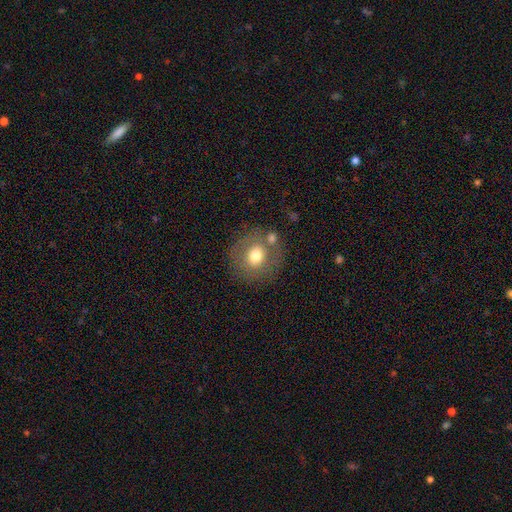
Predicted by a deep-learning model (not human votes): Q: Smooth or featured?
A: smooth (67%); runner-up: featured or disk (23%)
Q: How rounded?
A: round (82%); runner-up: in between (17%)
Q: Merging?
A: none (68%); runner-up: minor disturbance (14%)